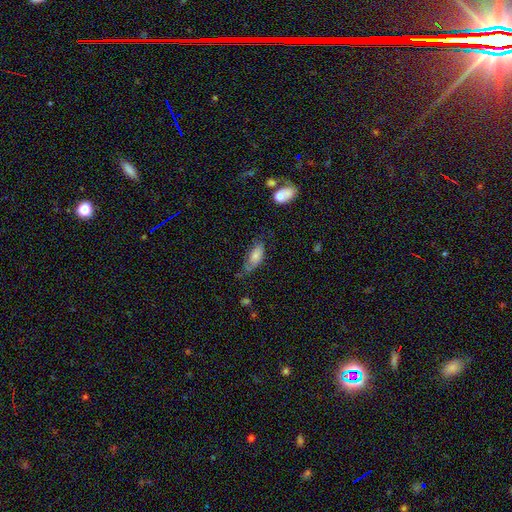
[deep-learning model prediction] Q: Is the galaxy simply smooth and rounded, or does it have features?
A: smooth — 76%.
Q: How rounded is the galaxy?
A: in between — 83%.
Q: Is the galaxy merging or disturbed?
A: none — 48%.